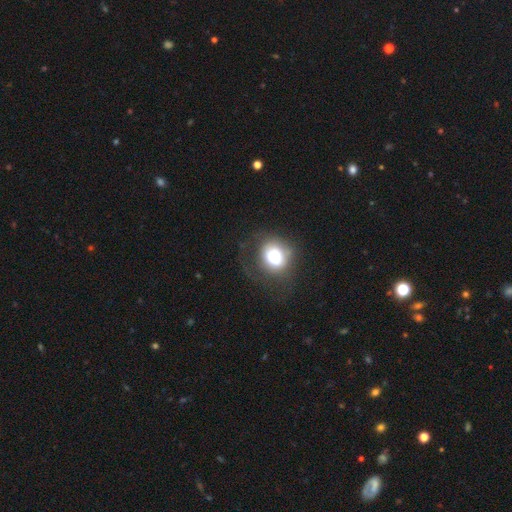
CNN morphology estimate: type=smooth (52%); roundness=round (83%); merging=none (87%).